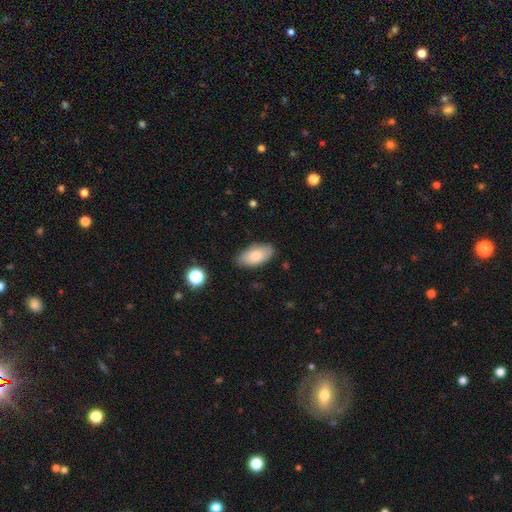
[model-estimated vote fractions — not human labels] Morphology: type=smooth (81%); roundness=in between (93%); merging=none (82%).